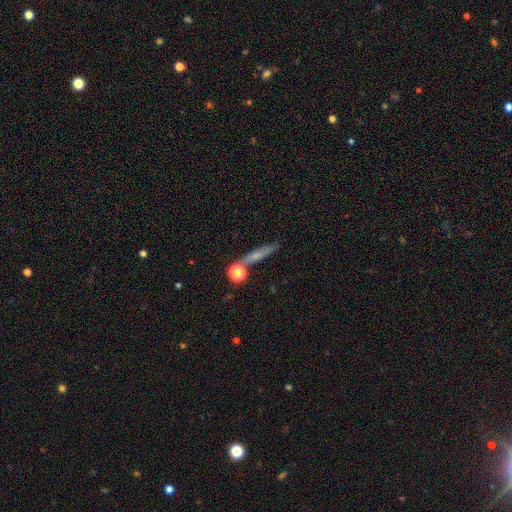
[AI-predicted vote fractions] smooth_or_featured: smooth (p=0.35) [alt: featured or disk p=0.32]
merging: none (p=0.55) [alt: merger p=0.22]